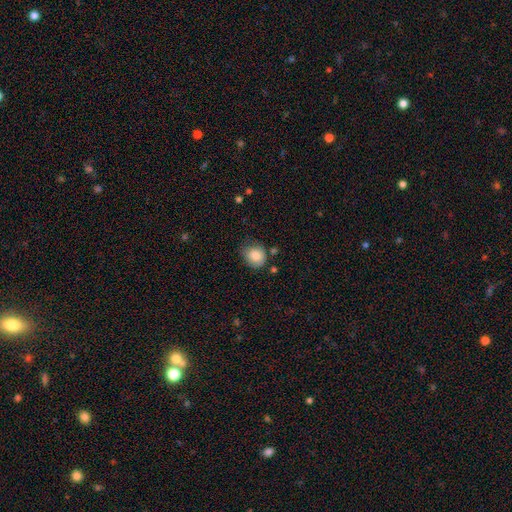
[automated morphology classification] smooth 83%, featured or disk 9%, star or artifact 8%. Down the decision tree: how rounded — round (65%); merging — none (63%).